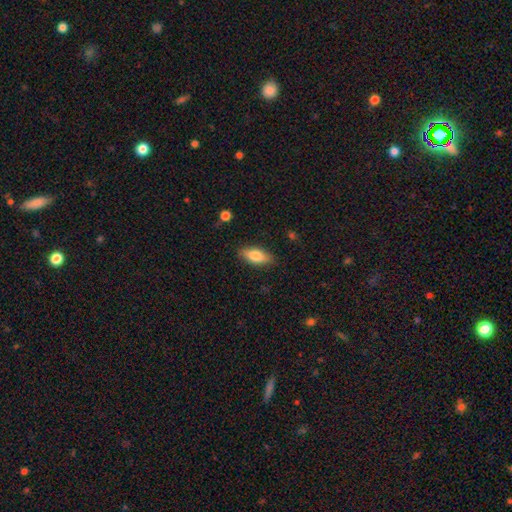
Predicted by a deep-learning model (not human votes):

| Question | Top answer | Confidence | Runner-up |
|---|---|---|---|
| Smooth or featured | smooth | 77% | featured or disk (16%) |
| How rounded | in between | 80% | cigar-shaped (17%) |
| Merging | none | 86% | minor disturbance (11%) |